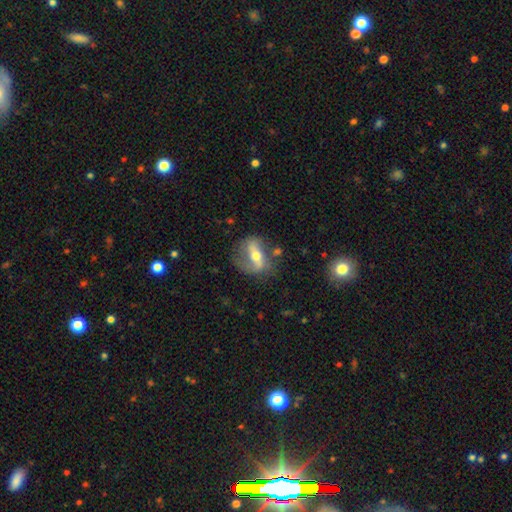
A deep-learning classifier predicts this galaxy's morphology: Smooth or featured?
  - featured or disk: 71% *
  - smooth: 22%
  - star or artifact: 8%
Edge-on disk?
  - no: 89% *
  - yes: 11%
Bar?
  - strong: 51% *
  - weak: 28%
  - no: 21%
Spiral arms?
  - yes: 79% *
  - no: 21%
Bulge size?
  - moderate: 66% *
  - small: 28%
  - large: 4%
  - none: 1%
  - dominant: 1%
Merging?
  - none: 60% *
  - minor disturbance: 22%
  - major disturbance: 14%
  - merger: 4%